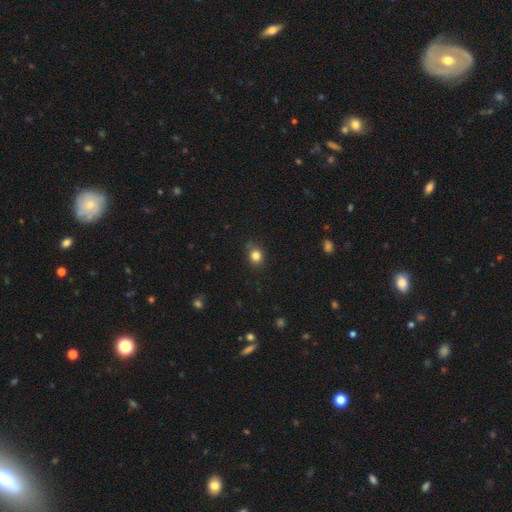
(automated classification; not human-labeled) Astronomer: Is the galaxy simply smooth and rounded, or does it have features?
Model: smooth — 83%.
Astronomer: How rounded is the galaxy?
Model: round — 71%.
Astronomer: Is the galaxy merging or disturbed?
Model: none — 79%.